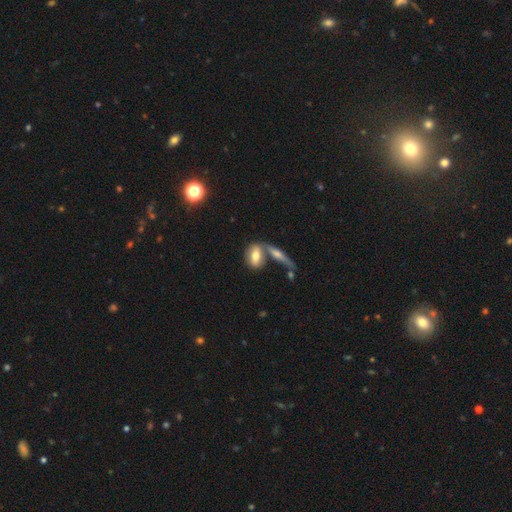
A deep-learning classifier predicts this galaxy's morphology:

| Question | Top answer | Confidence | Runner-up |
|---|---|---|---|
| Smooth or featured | smooth | 66% | featured or disk (26%) |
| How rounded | in between | 74% | cigar-shaped (16%) |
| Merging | none | 50% | merger (34%) |